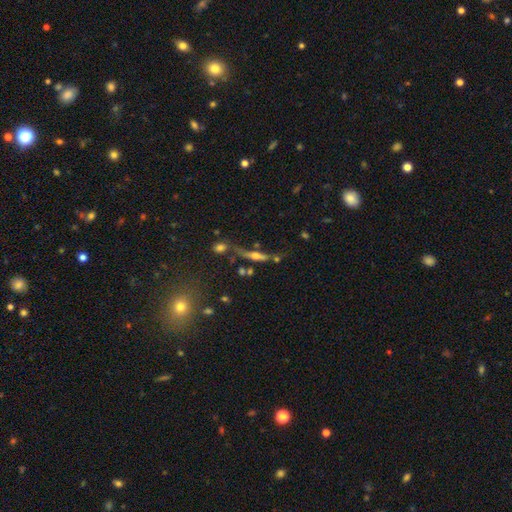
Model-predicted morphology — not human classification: This appears to be a featured or disk galaxy (58%) viewed edge-on (89%) with a rounded central bulge (87%). Merging: none (54%).